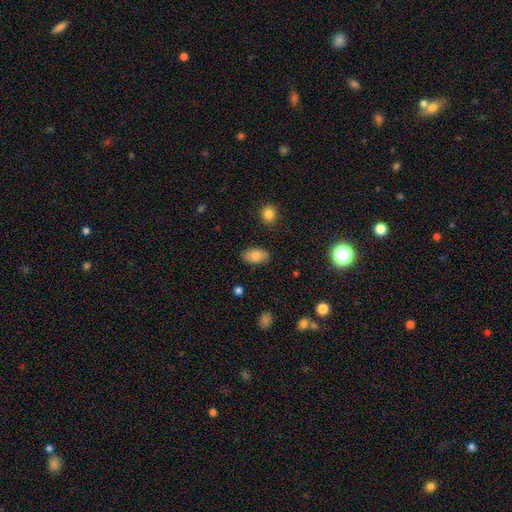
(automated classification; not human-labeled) Smooth or featured?
  - smooth: 81% *
  - featured or disk: 11%
  - star or artifact: 8%
How rounded?
  - in between: 92% *
  - round: 6%
  - cigar-shaped: 2%
Merging?
  - none: 87% *
  - minor disturbance: 10%
  - major disturbance: 2%
  - merger: 1%